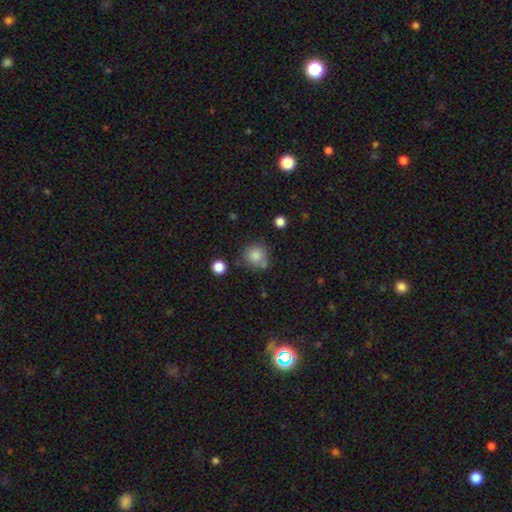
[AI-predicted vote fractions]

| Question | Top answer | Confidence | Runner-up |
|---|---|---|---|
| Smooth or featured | smooth | 82% | star or artifact (11%) |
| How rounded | round | 91% | in between (8%) |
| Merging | none | 67% | merger (15%) |